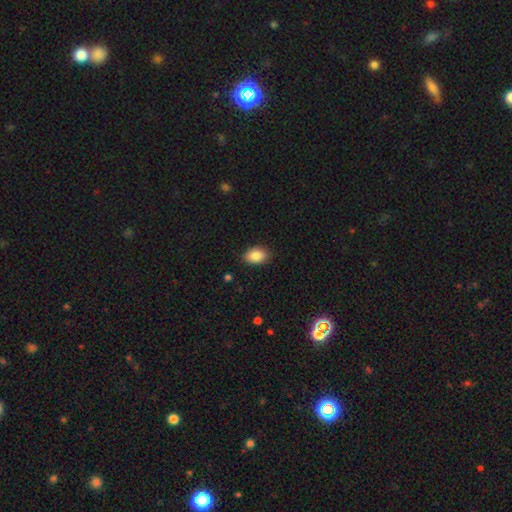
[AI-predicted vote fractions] Smooth or featured: smooth — 88% (star or artifact — 8%)
How rounded: in between — 84% (round — 15%)
Merging: none — 86% (minor disturbance — 10%)